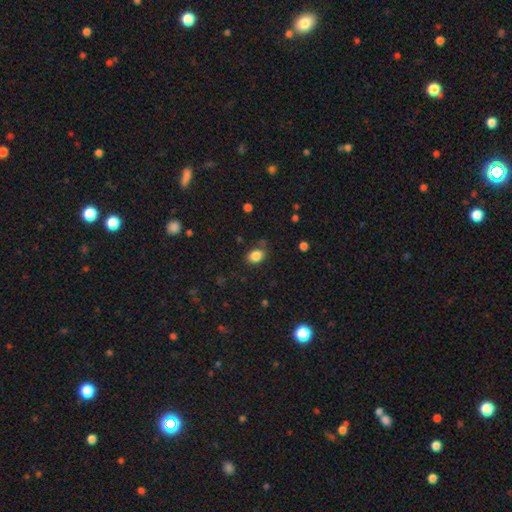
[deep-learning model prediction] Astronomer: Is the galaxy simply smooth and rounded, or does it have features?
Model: smooth — 85%.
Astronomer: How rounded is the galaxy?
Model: in between — 64%.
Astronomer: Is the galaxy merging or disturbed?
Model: none — 74%.